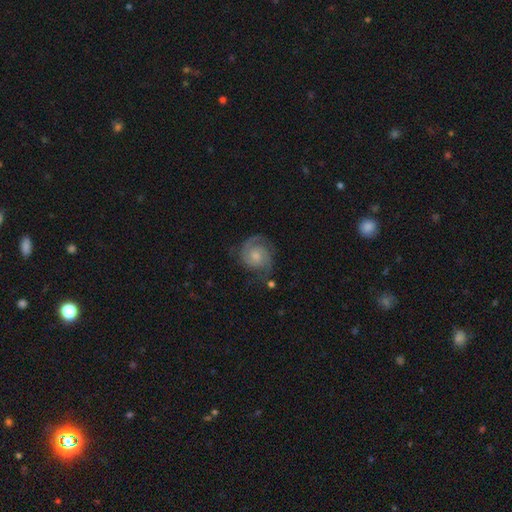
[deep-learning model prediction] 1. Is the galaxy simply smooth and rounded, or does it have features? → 81% featured or disk, 13% smooth, 6% star or artifact.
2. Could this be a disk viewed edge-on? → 98% no, 2% yes.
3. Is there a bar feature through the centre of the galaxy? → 70% no, 27% weak, 3% strong.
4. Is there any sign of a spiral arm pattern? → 96% yes, 4% no.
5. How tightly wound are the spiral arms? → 50% tight, 39% medium, 10% loose.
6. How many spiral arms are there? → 71% 2, 11% 3, 10% can't tell, 4% 1, 2% 4, 2% more than 4.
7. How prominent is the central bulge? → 43% moderate, 41% small, 9% none, 6% large, 1% dominant.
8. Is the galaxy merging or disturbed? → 69% none, 20% minor disturbance, 10% major disturbance, 2% merger.